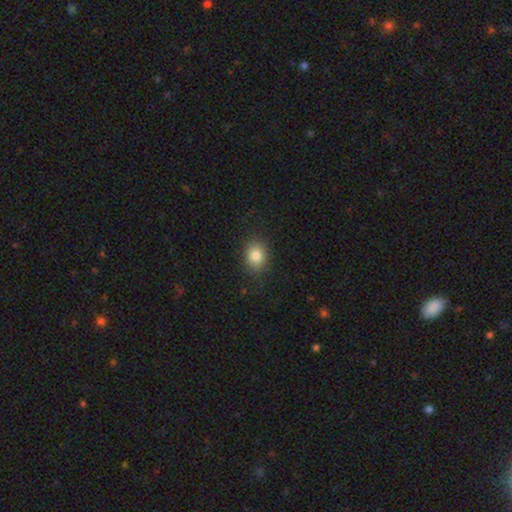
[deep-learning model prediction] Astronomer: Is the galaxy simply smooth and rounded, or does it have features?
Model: smooth — 84%.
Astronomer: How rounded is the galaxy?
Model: in between — 50% (runner-up: round, 49%).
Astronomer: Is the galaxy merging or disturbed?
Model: none — 84%.